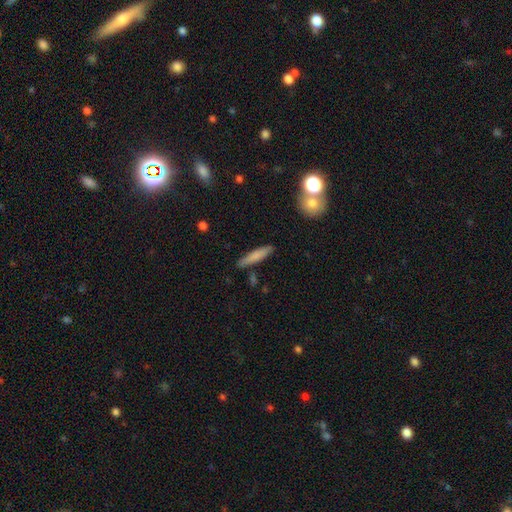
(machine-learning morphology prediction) A smooth galaxy with no disk features (76%) that is cigar-shaped (87%). Merging: none (85%).